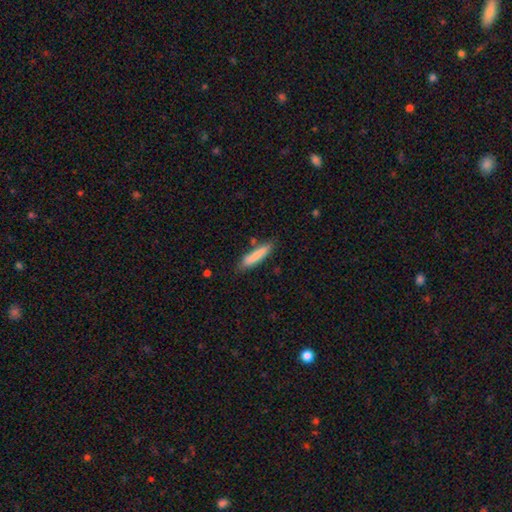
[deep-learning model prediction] Smooth or featured? smooth (82%)
How rounded? cigar-shaped (86%)
Merging? none (78%)